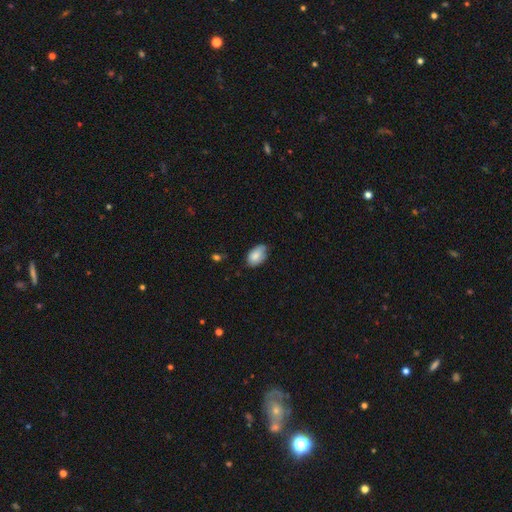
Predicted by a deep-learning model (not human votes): Morphology: type=smooth (82%); roundness=in between (92%); merging=none (65%).